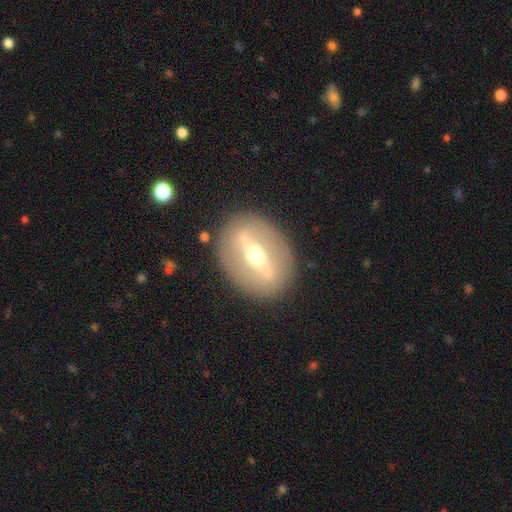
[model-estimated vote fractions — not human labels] Overall: featured or disk (73%). Edge-on disk: no (71%). Bar: strong (76%). Spiral arms: no (84%). Bulge size: moderate (71%). Merging: none (87%).